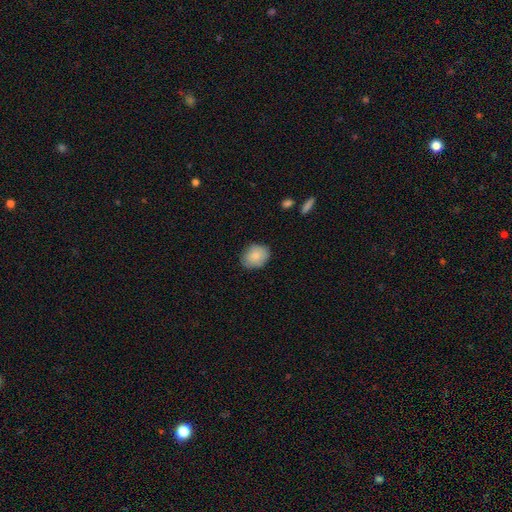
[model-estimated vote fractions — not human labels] A smooth galaxy with no disk features (86%) that is in between round and cigar-shaped (60%).

Vote fractions:
- Smooth or featured? smooth: 86% / star or artifact: 7% / featured or disk: 7%
- How rounded? in between: 60% / round: 39% / cigar-shaped: 1%
- Merging? none: 83% / minor disturbance: 13% / major disturbance: 3% / merger: 1%